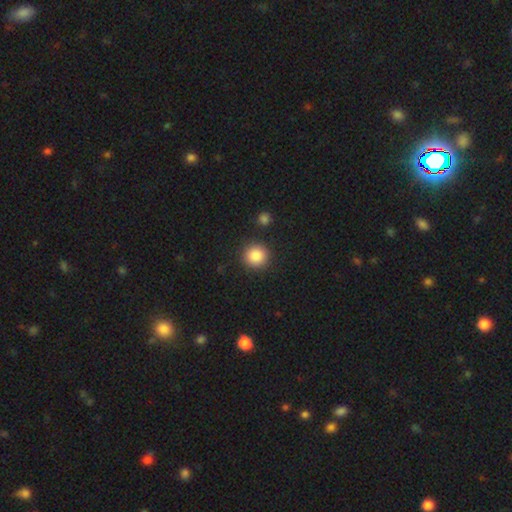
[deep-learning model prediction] Smooth or featured?
  - smooth: 86% *
  - star or artifact: 9%
  - featured or disk: 5%
How rounded?
  - round: 93% *
  - in between: 6%
  - cigar-shaped: 1%
Merging?
  - none: 89% *
  - minor disturbance: 6%
  - merger: 3%
  - major disturbance: 2%